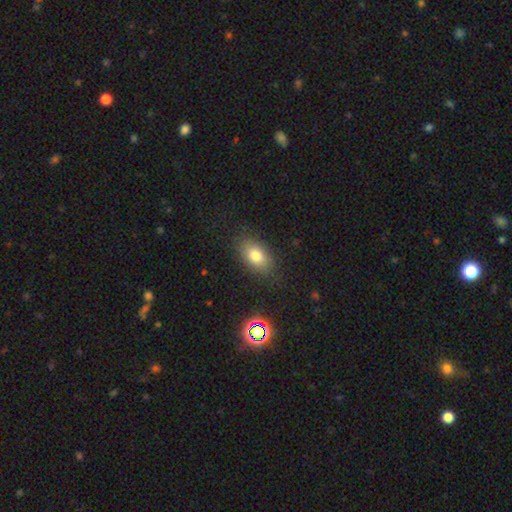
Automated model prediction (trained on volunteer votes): Smooth or featured? smooth (77%)
How rounded? in between (88%)
Merging? none (84%)